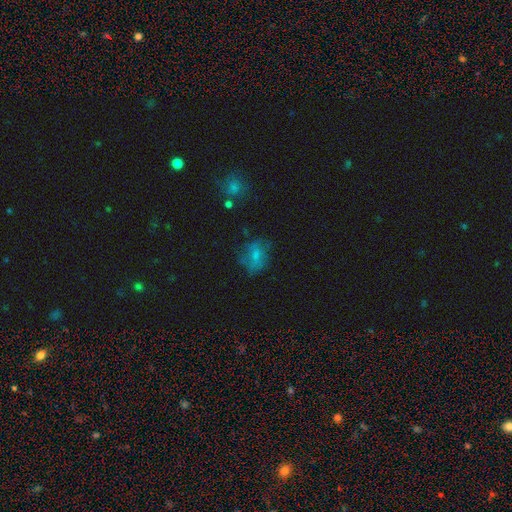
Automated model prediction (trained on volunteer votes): The model was most divided on "how rounded": in between: 53%, round: 45%, cigar-shaped: 2%. More confident: smooth or featured — smooth (56%); merging — none (54%).